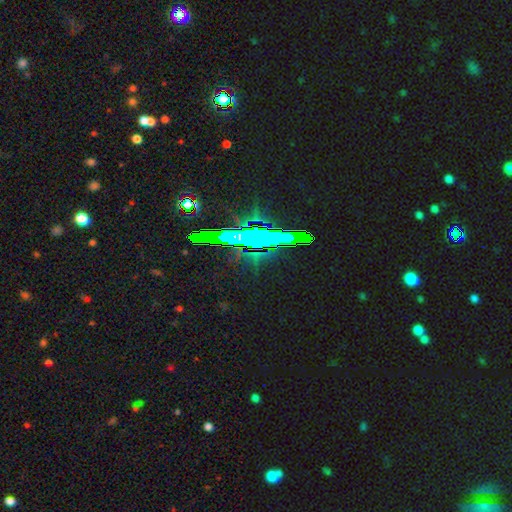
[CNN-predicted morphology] A star or artifact, not a galaxy (78%).

Vote fractions:
- Smooth or featured? star or artifact: 78% / smooth: 11% / featured or disk: 11%